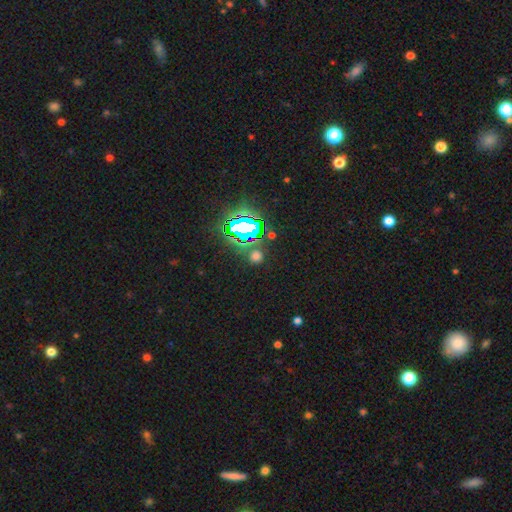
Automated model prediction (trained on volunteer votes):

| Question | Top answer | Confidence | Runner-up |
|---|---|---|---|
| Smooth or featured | star or artifact | 50% | smooth (43%) |